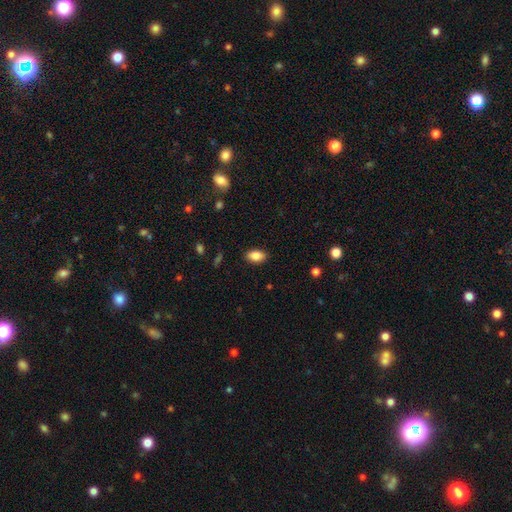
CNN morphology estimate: Q: Smooth or featured?
A: smooth (84%); runner-up: featured or disk (8%)
Q: How rounded?
A: in between (91%); runner-up: round (6%)
Q: Merging?
A: none (88%); runner-up: minor disturbance (9%)